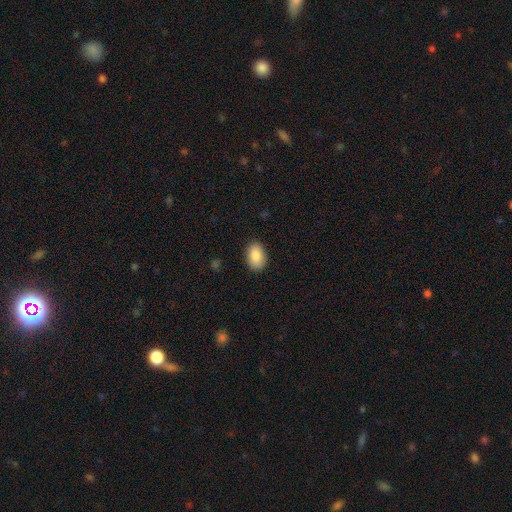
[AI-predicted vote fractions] Smooth or featured?
  - smooth: 89% *
  - star or artifact: 7%
  - featured or disk: 4%
How rounded?
  - in between: 89% *
  - round: 10%
  - cigar-shaped: 1%
Merging?
  - none: 88% *
  - minor disturbance: 9%
  - major disturbance: 2%
  - merger: 1%